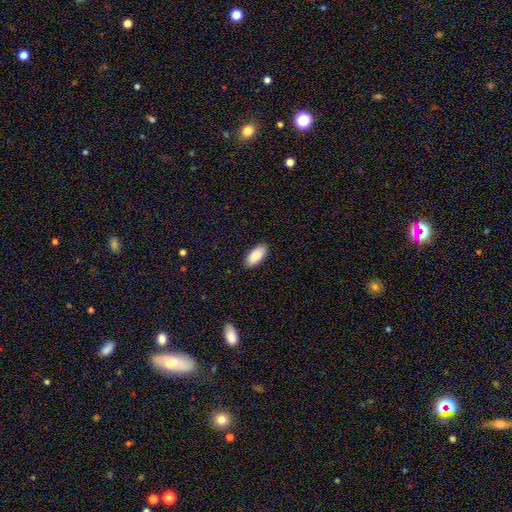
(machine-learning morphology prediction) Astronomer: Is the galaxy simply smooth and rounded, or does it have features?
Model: smooth — 91%.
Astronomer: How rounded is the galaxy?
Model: in between — 93%.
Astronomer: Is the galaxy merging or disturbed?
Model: none — 89%.